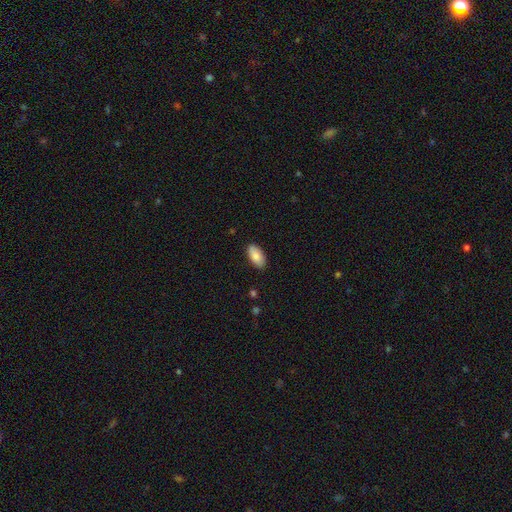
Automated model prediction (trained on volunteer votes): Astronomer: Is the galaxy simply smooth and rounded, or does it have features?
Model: smooth — 86%.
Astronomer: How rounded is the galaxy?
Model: in between — 94%.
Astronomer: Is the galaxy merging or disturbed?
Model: none — 87%.